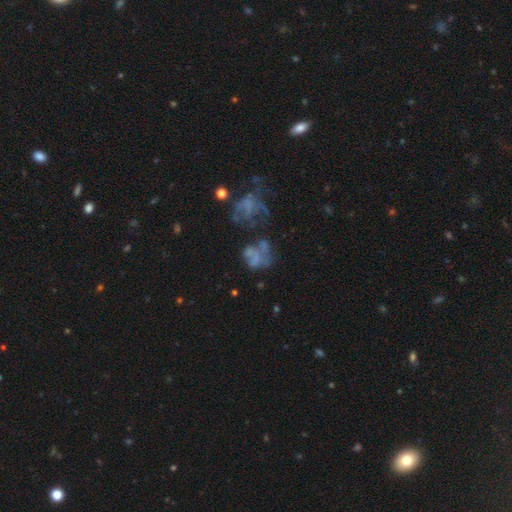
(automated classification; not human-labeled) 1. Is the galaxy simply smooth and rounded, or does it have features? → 46% featured or disk, 36% smooth, 18% star or artifact.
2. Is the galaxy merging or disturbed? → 30% major disturbance, 29% none, 26% merger, 15% minor disturbance.